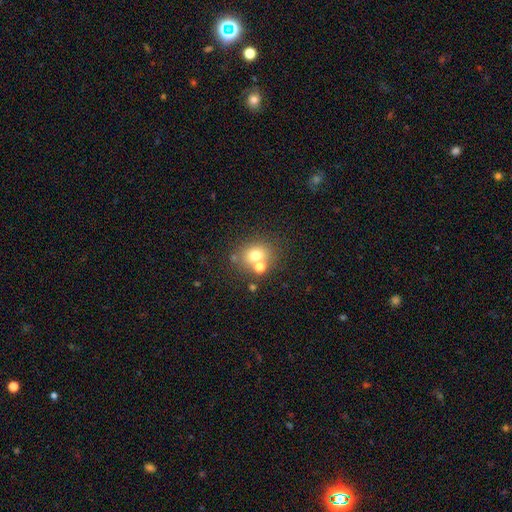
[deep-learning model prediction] Smooth or featured?
  - smooth: 69% *
  - featured or disk: 16%
  - star or artifact: 16%
How rounded?
  - round: 68% *
  - in between: 31%
  - cigar-shaped: 1%
Merging?
  - none: 59% *
  - merger: 28%
  - minor disturbance: 9%
  - major disturbance: 4%